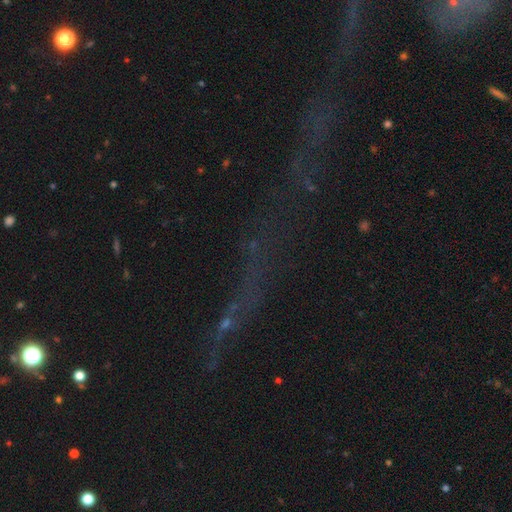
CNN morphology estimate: Smooth or featured? star or artifact (63%)